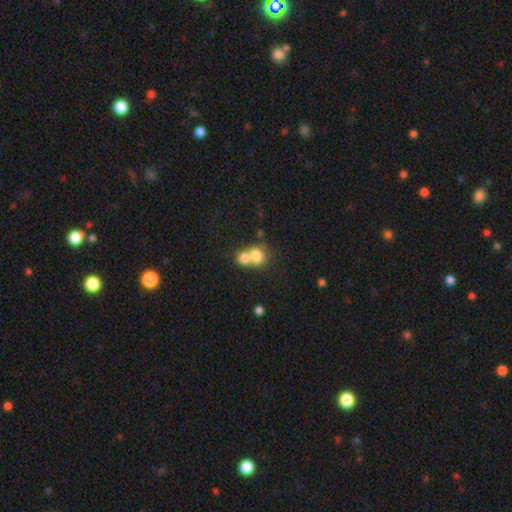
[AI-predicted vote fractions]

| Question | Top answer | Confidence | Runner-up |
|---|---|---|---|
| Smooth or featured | smooth | 76% | featured or disk (15%) |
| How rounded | round | 72% | in between (27%) |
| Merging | merger | 66% | none (25%) |